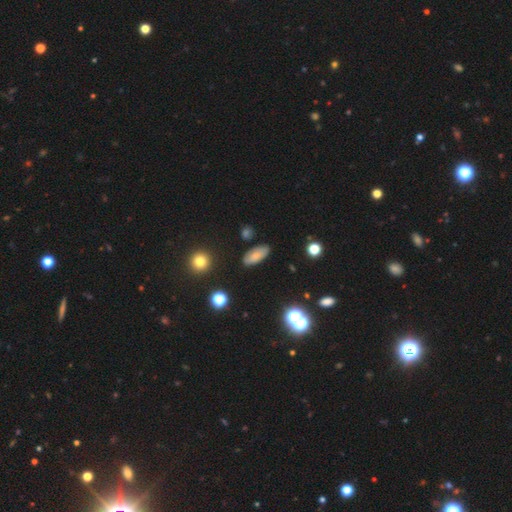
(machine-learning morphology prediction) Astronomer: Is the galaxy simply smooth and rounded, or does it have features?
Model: smooth — 71%.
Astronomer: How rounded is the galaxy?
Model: in between — 85%.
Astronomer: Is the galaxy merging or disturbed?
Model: none — 83%.